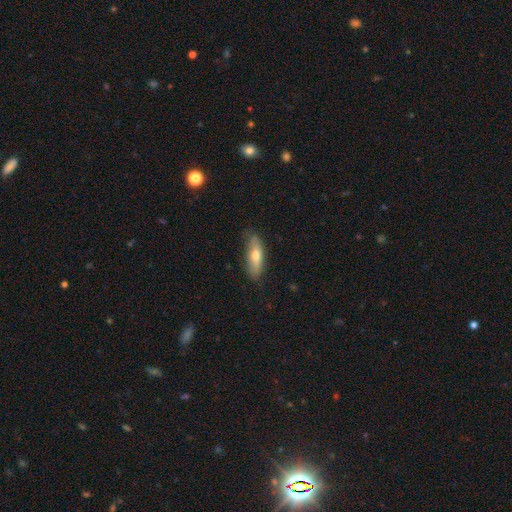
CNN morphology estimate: This is likely a smooth galaxy (65%). How rounded: possibly in between (54%). Merging: likely none (75%).